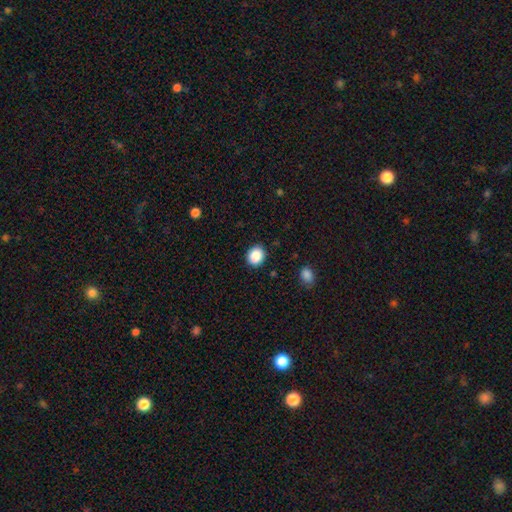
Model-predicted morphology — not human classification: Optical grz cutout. It shows a smooth galaxy with no disk features (88%) that is round (74%). Merging: none (89%).